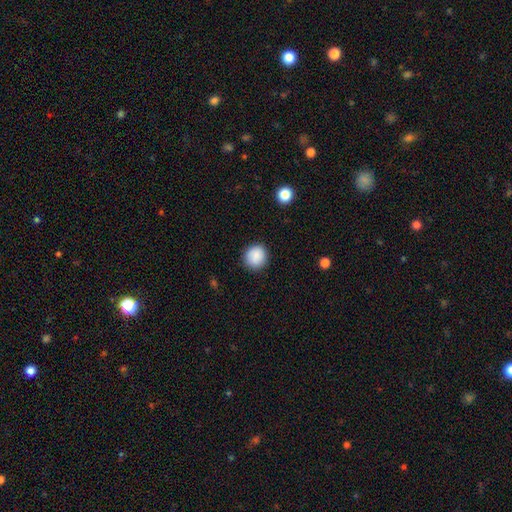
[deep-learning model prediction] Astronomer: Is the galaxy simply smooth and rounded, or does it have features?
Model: smooth — 87%.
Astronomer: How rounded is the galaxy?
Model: round — 89%.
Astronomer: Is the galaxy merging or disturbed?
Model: none — 89%.